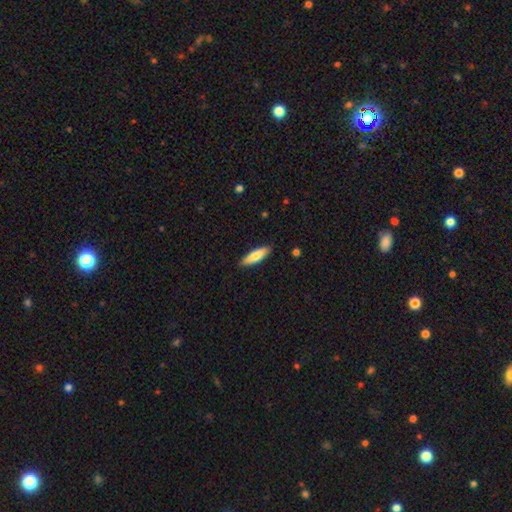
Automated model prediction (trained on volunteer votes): The model was most divided on "how rounded": cigar-shaped: 57%, in between: 42%, round: 1%. More confident: merging — none (89%); smooth or featured — smooth (81%).